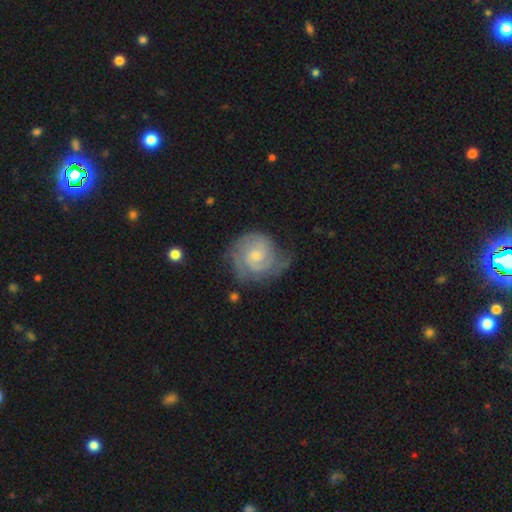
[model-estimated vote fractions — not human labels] The model was most divided on "bulge size": small: 56%, moderate: 37%, none: 4%, large: 2%, dominant: 1%. More confident: edge-on disk — no (98%); spiral arms — yes (95%); smooth or featured — featured or disk (80%); merging — none (64%); bar — no (62%); spiral winding — tight (61%); spiral arm count — 2 (56%).